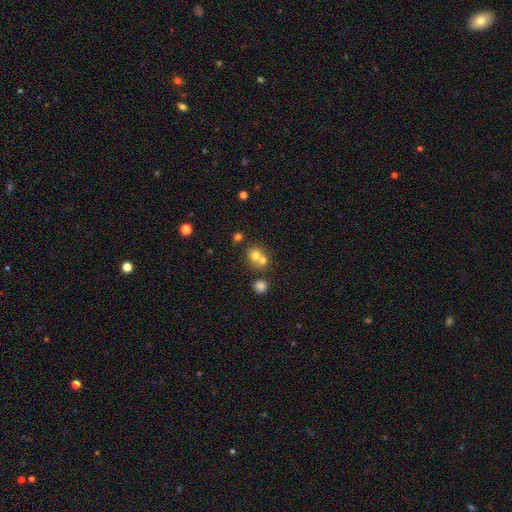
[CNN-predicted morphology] Smooth or featured? smooth (70%)
How rounded? round (80%)
Merging? merger (45%, tied with none)